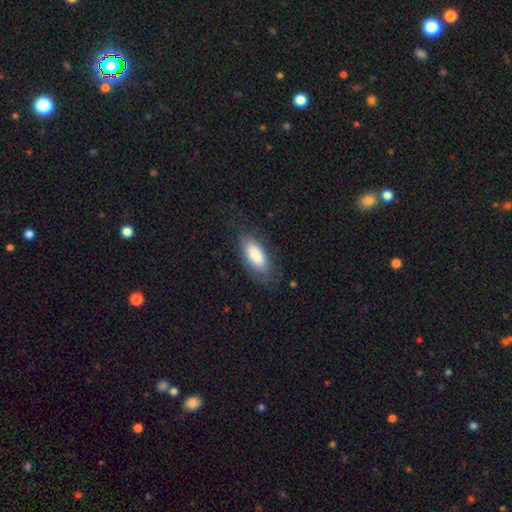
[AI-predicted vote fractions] Overall: smooth (80%). How rounded: in between (85%). Merging: none (76%).